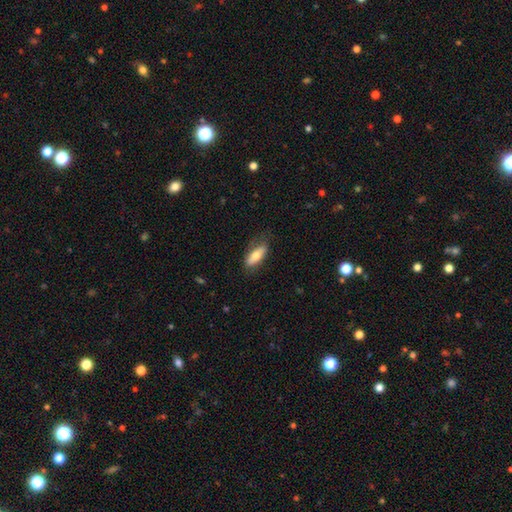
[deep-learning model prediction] A smooth galaxy with no disk features (68%) that is in between round and cigar-shaped (71%).

Vote fractions:
- Smooth or featured? smooth: 68% / featured or disk: 26% / star or artifact: 6%
- How rounded? in between: 71% / cigar-shaped: 27% / round: 2%
- Merging? none: 72% / minor disturbance: 21% / major disturbance: 6% / merger: 1%